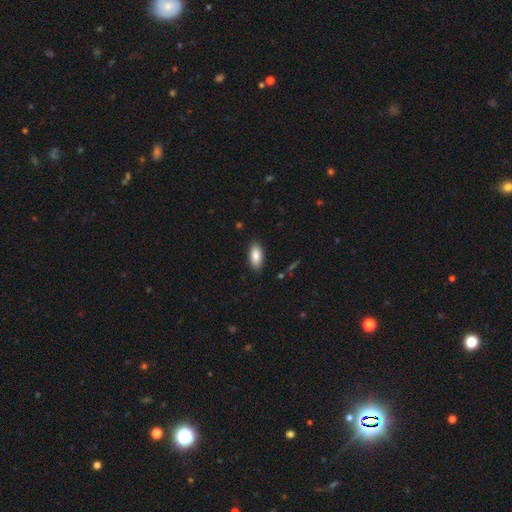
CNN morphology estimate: Smooth or featured? smooth (86%)
How rounded? in between (92%)
Merging? none (87%)